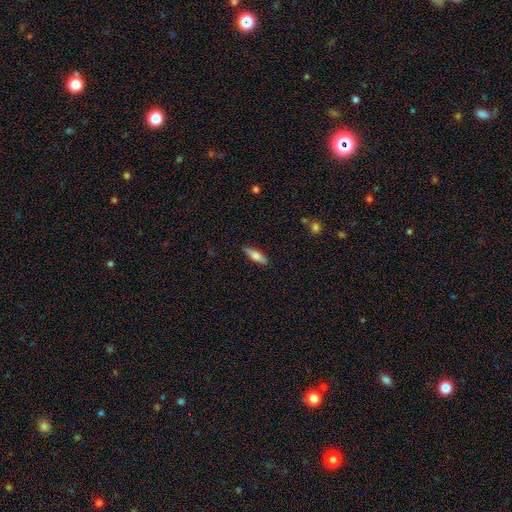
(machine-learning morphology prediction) The model was most divided on "how rounded": in between: 57%, cigar-shaped: 41%, round: 2%. More confident: merging — none (86%); smooth or featured — smooth (74%).